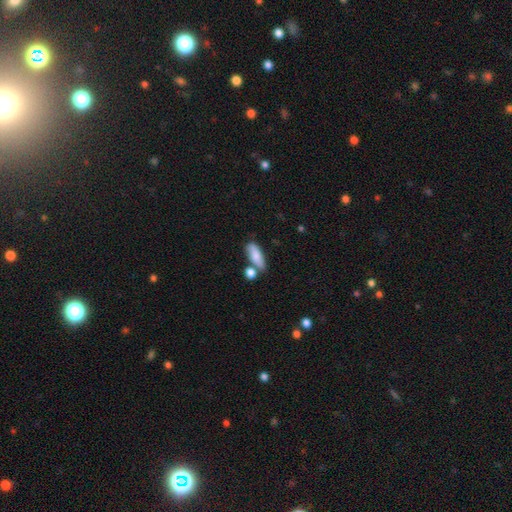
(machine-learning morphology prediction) This is likely a smooth galaxy (79%). How rounded: likely in between (69%). Merging: possibly none (55%).